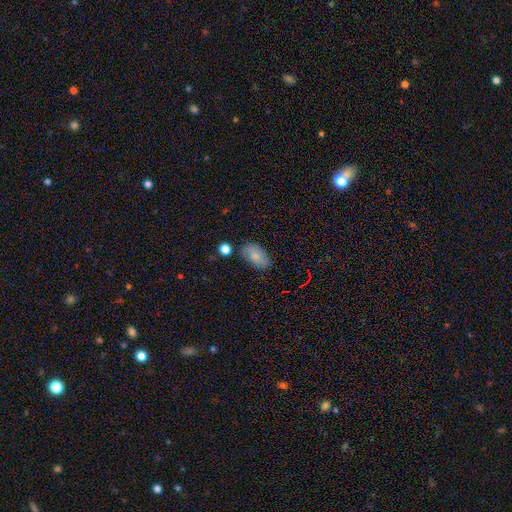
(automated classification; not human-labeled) smooth 83%, featured or disk 9%, star or artifact 8%. Down the decision tree: how rounded — in between (92%); merging — none (74%).